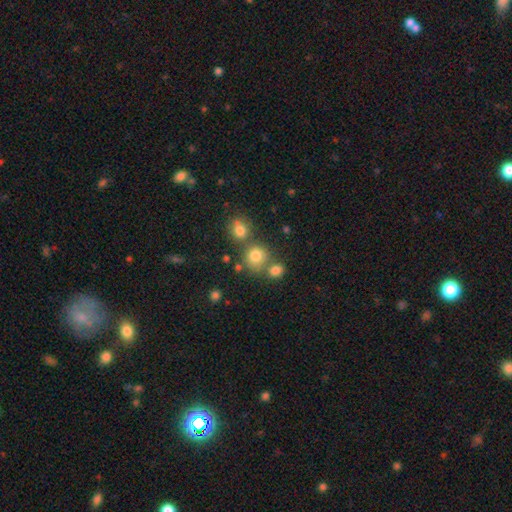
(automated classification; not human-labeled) smooth_or_featured: smooth (p=0.77) [alt: star or artifact p=0.15]
how_rounded: round (p=0.83) [alt: in between p=0.16]
merging: none (p=0.59) [alt: merger p=0.27]